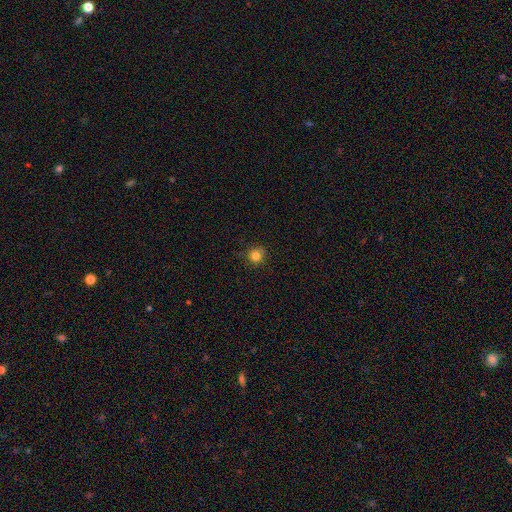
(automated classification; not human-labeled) This appears to be a smooth galaxy with no disk features (82%) that is round (93%). Merging: none (87%).